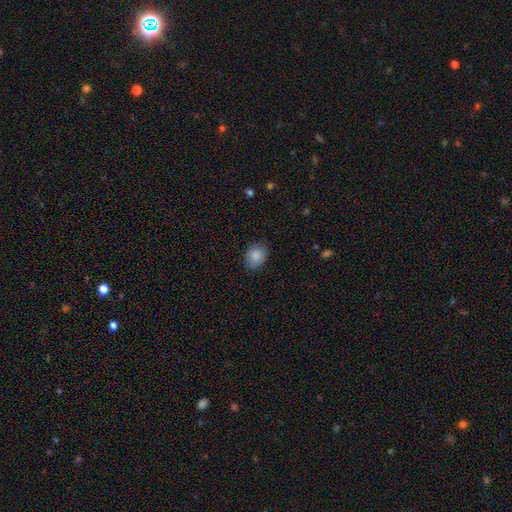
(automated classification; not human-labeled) This is clearly a smooth galaxy (85%). How rounded: likely in between (70%). Merging: clearly none (84%).